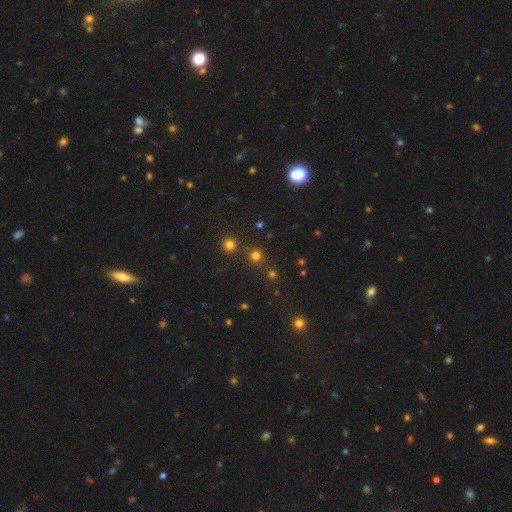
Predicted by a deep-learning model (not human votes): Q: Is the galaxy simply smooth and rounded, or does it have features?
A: smooth — 70%.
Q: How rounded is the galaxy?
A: round — 93%.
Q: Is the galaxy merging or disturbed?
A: none — 81%.